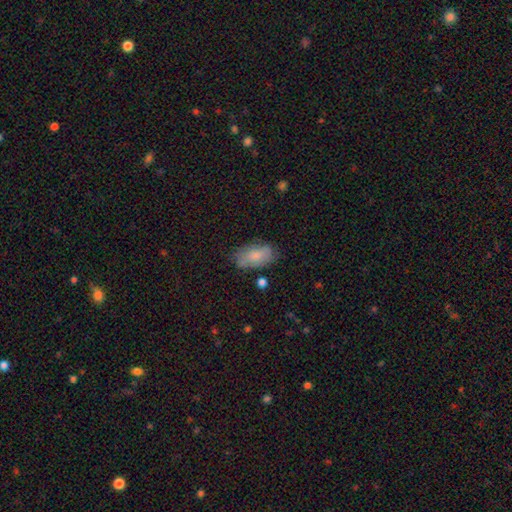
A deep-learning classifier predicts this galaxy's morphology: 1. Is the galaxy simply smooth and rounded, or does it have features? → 78% smooth, 15% featured or disk, 7% star or artifact.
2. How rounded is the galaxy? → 92% in between, 4% round, 4% cigar-shaped.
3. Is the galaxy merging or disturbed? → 69% none, 22% minor disturbance, 6% major disturbance, 3% merger.